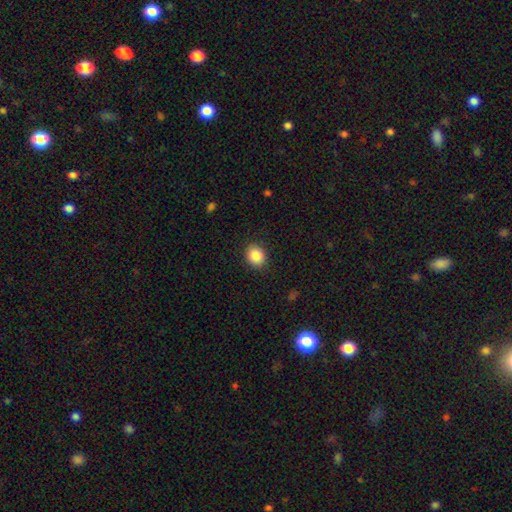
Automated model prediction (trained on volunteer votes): This appears to be a smooth galaxy with no disk features (87%) that is round (67%). Merging: none (88%).